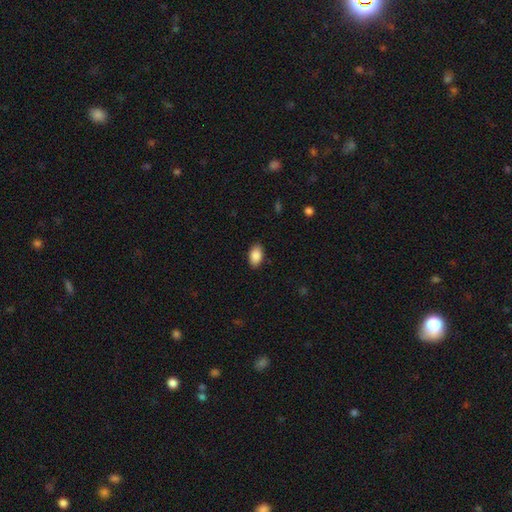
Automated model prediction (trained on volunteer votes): Smooth or featured?
  - smooth: 89% *
  - star or artifact: 7%
  - featured or disk: 4%
How rounded?
  - in between: 93% *
  - round: 5%
  - cigar-shaped: 1%
Merging?
  - none: 88% *
  - minor disturbance: 9%
  - major disturbance: 2%
  - merger: 1%